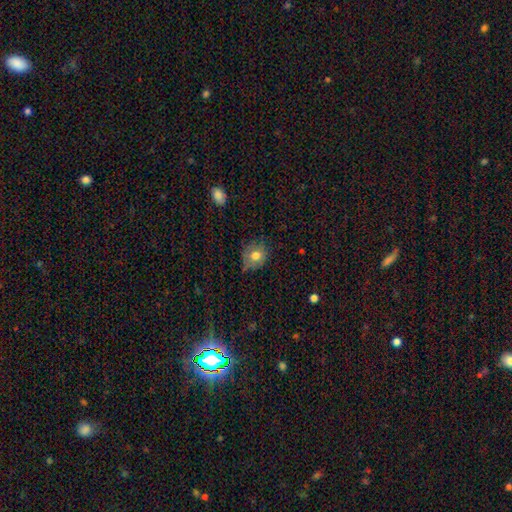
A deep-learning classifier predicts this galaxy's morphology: This appears to be a smooth galaxy with no disk features (76%) that is round (74%). Merging: none (70%).